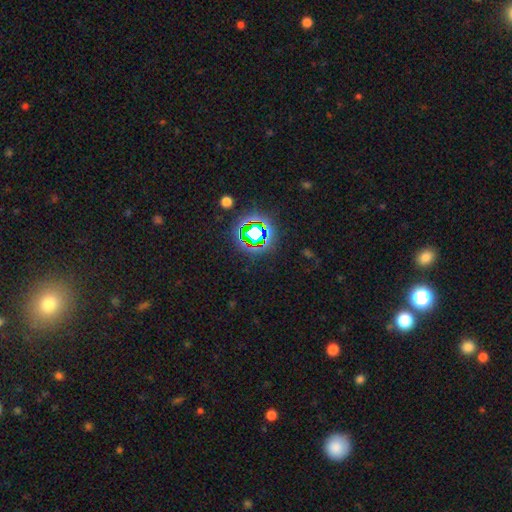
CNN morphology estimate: A star or artifact, not a galaxy (74%).